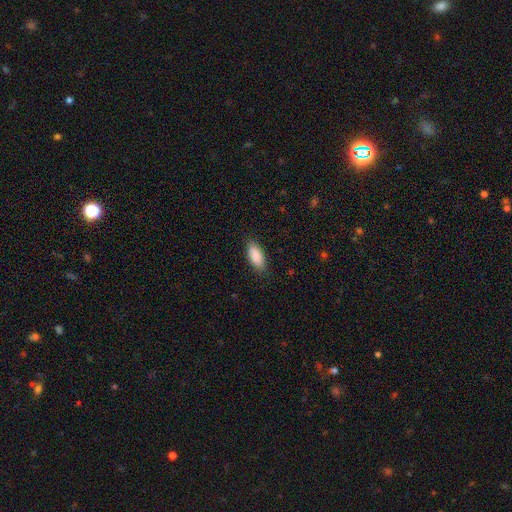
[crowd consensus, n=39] A smooth galaxy with no disk features (90%) that is in between round and cigar-shaped (80%).

Vote fractions:
- Smooth or featured? smooth: 90% / featured or disk: 5% / star or artifact: 5%
- How rounded? in between: 80% / cigar-shaped: 20% / round: 0%
- Merging? none: 86% / minor disturbance: 11% / major disturbance: 3% / merger: 0%